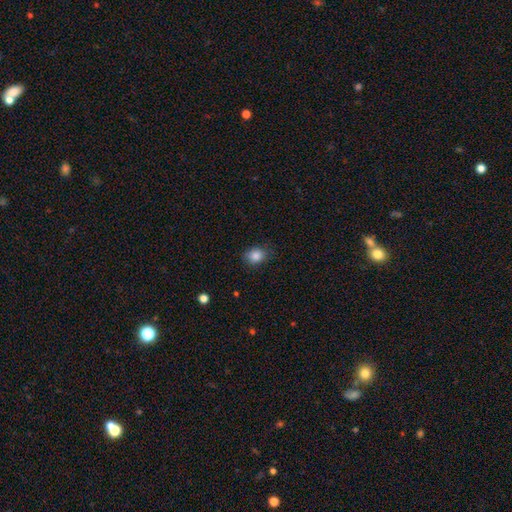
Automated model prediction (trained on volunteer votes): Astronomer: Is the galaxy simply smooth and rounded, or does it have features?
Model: smooth — 85%.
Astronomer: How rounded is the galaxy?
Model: round — 51% (runner-up: in between, 48%).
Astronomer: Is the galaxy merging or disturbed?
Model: none — 81%.